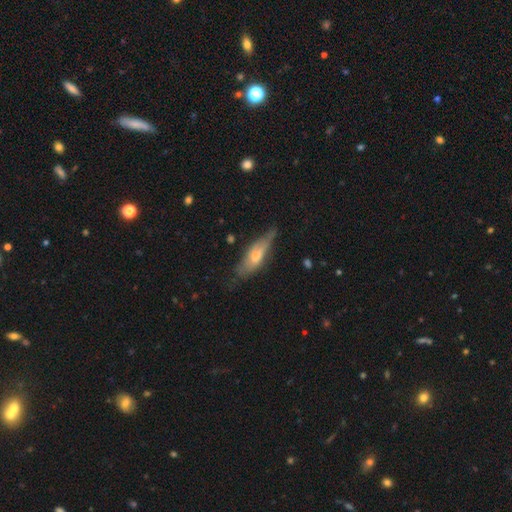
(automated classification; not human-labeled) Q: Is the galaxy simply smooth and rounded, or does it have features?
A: featured or disk — 47%.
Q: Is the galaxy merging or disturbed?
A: none — 61%.